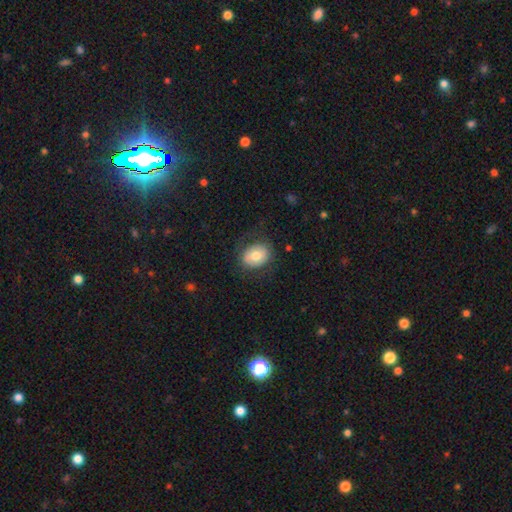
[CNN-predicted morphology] This appears to be a smooth galaxy with no disk features (69%) that is in between round and cigar-shaped (51%). Merging: none (75%).